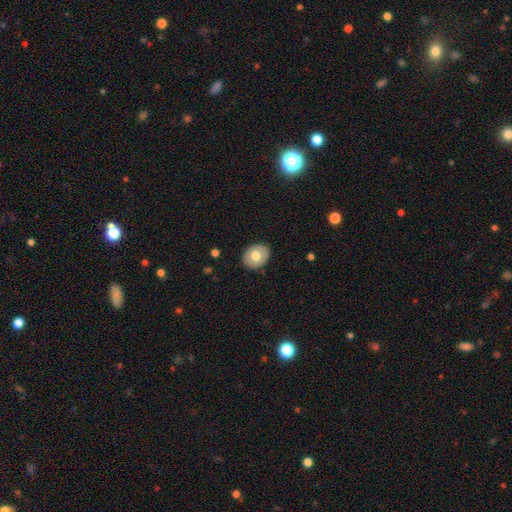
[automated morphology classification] smooth_or_featured: smooth (p=0.70) [alt: featured or disk p=0.23]
how_rounded: round (p=0.50) [alt: in between p=0.49]
merging: none (p=0.88) [alt: minor disturbance p=0.09]